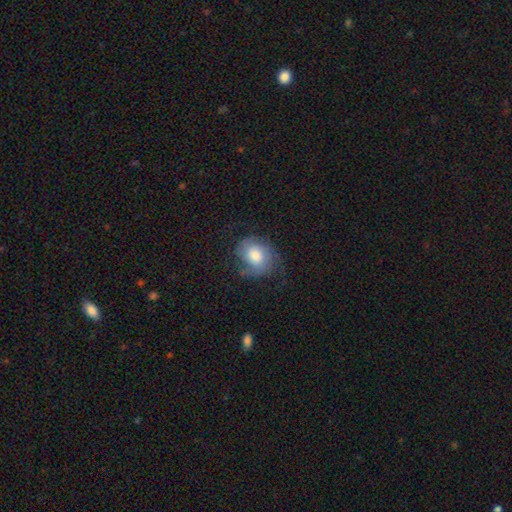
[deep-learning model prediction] This appears to be a smooth galaxy with no disk features (58%) that is round (58%). Merging: none (56%).